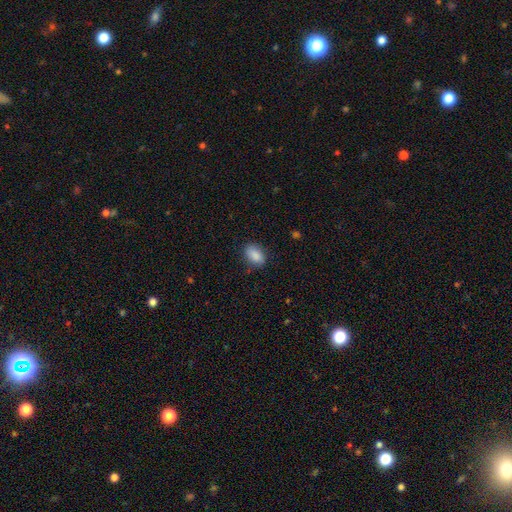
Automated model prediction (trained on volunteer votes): smooth_or_featured: smooth (p=0.88) [alt: star or artifact p=0.07]
how_rounded: in between (p=0.87) [alt: round p=0.11]
merging: none (p=0.80) [alt: minor disturbance p=0.15]